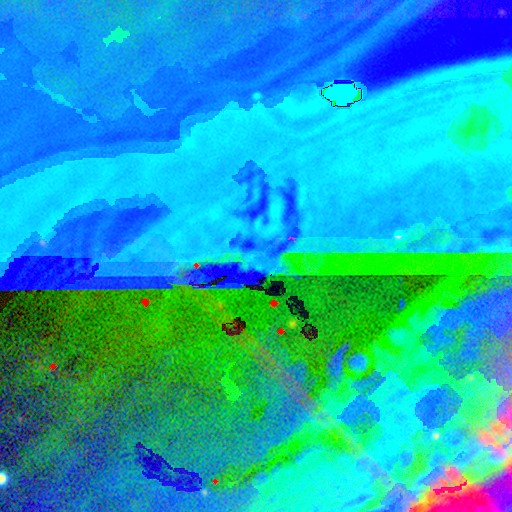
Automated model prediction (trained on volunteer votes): smooth-or-featured: star or artifact: 88% | featured or disk: 7% | smooth: 5%